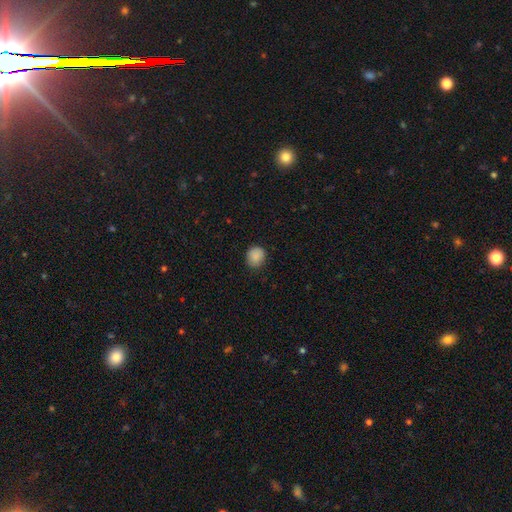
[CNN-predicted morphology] A smooth galaxy with no disk features (88%) that is round (80%). Merging: none (84%).